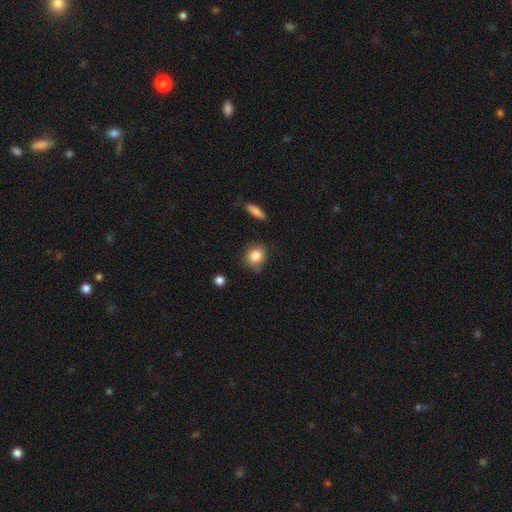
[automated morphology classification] The model was most divided on "how rounded": round: 73%, in between: 25%, cigar-shaped: 1%. More confident: smooth or featured — smooth (85%); merging — none (72%).